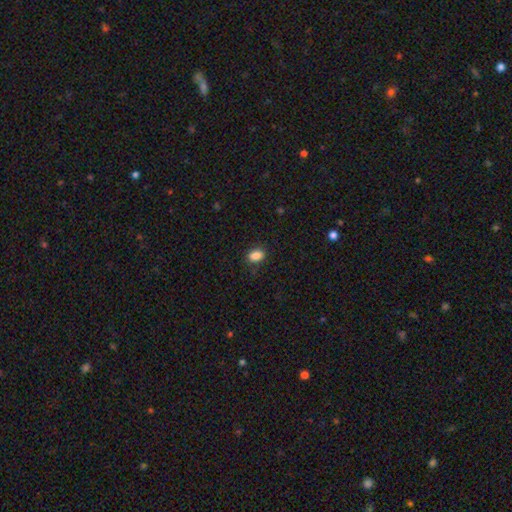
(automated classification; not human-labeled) Smooth or featured?
  - smooth: 87% *
  - star or artifact: 9%
  - featured or disk: 4%
How rounded?
  - in between: 83% *
  - round: 15%
  - cigar-shaped: 2%
Merging?
  - none: 85% *
  - minor disturbance: 11%
  - major disturbance: 3%
  - merger: 1%